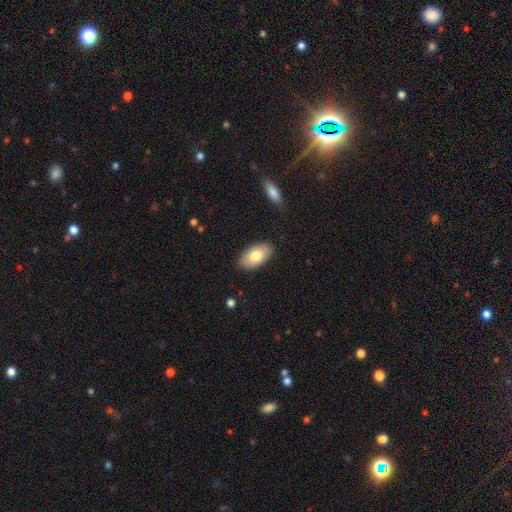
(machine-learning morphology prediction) smooth-or-featured: smooth: 79% | featured or disk: 15% | star or artifact: 6%
  how-rounded: in between: 95% | round: 3% | cigar-shaped: 2%
  merging: none: 86% | minor disturbance: 10% | major disturbance: 2% | merger: 1%